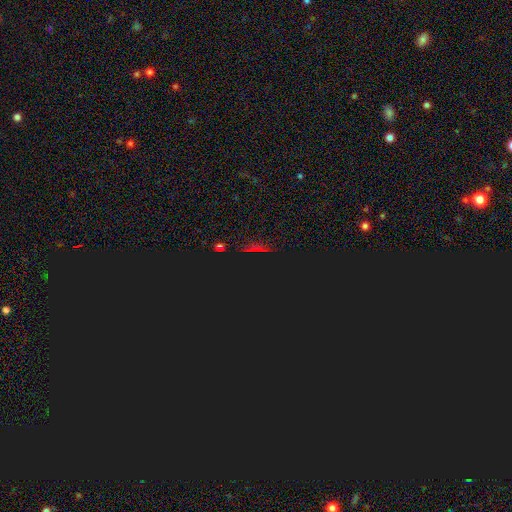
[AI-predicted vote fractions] smooth_or_featured: star or artifact (p=0.77) [alt: smooth p=0.15]